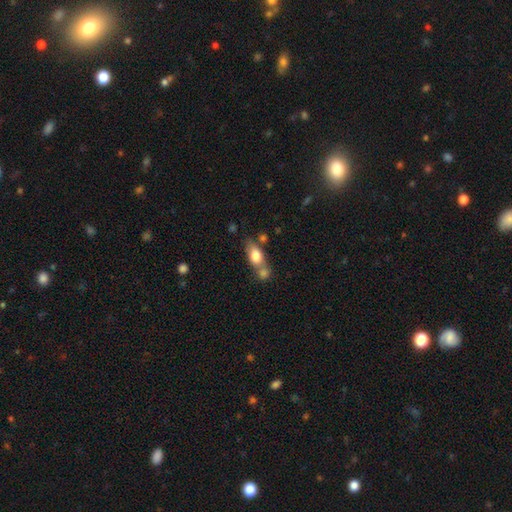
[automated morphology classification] This appears to be a smooth galaxy with no disk features (77%) that is in between round and cigar-shaped (79%). Merging: merger (42%).